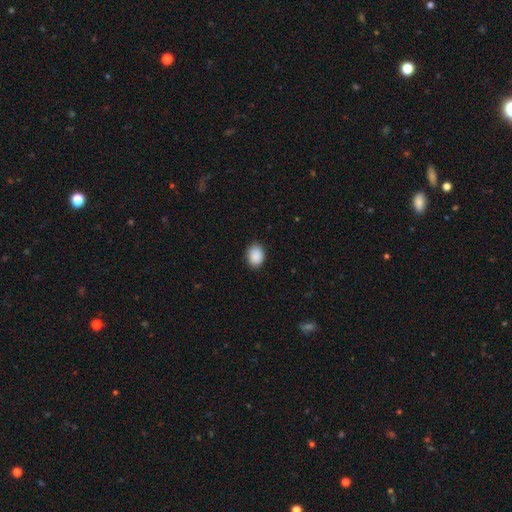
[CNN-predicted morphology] A smooth galaxy with no disk features (90%) that is in between round and cigar-shaped (62%).

Vote fractions:
- Smooth or featured? smooth: 90% / star or artifact: 7% / featured or disk: 3%
- How rounded? in between: 62% / round: 37% / cigar-shaped: 1%
- Merging? none: 87% / minor disturbance: 10% / major disturbance: 2% / merger: 1%